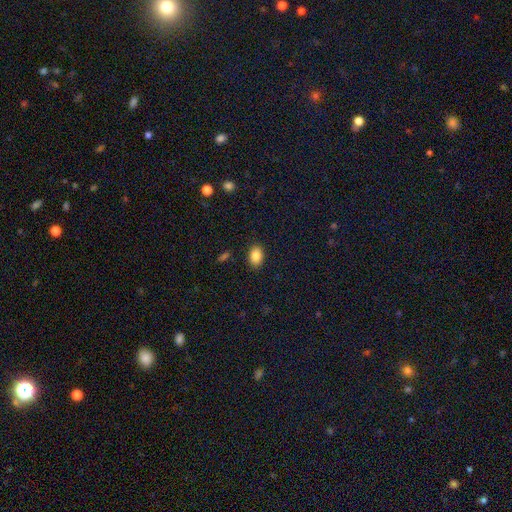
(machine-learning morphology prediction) A smooth galaxy with no disk features (86%) that is in between round and cigar-shaped (83%). Merging: none (89%).